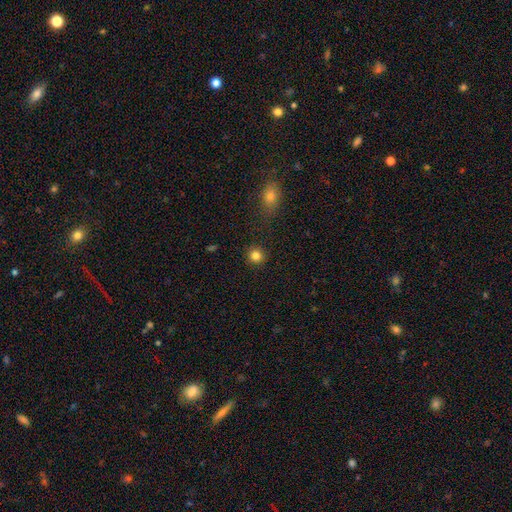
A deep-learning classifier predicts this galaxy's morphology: smooth_or_featured: smooth (p=0.83) [alt: star or artifact p=0.12]
how_rounded: round (p=0.93) [alt: in between p=0.06]
merging: none (p=0.91) [alt: minor disturbance p=0.06]